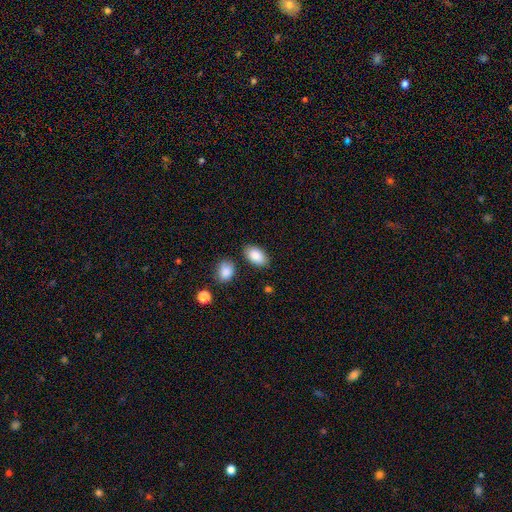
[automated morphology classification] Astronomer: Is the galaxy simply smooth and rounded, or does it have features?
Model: smooth — 87%.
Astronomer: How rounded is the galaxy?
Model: in between — 93%.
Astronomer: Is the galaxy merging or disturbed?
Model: none — 82%.